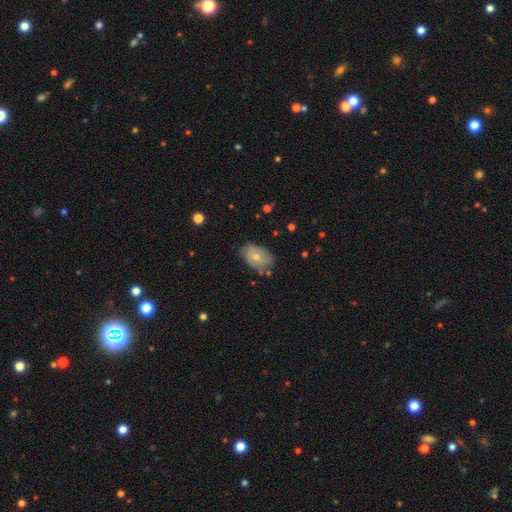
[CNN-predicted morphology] type=smooth (60%); roundness=in between (83%); merging=none (67%).